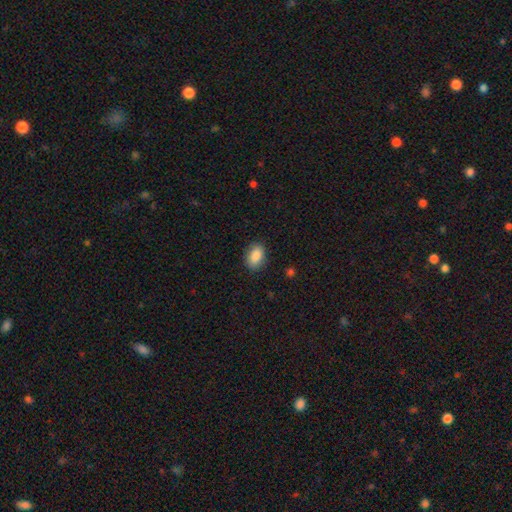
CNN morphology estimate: type=smooth (88%); roundness=in between (89%); merging=none (87%).